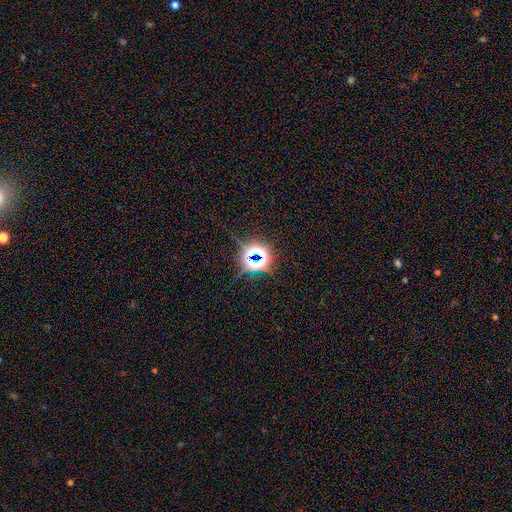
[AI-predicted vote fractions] A star or artifact, not a galaxy (78%).

Vote fractions:
- Smooth or featured? star or artifact: 78% / smooth: 13% / featured or disk: 9%